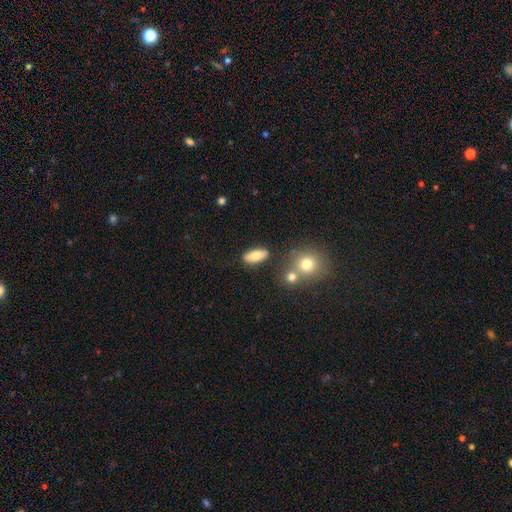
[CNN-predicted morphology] Q: Smooth or featured?
A: smooth (78%); runner-up: featured or disk (14%)
Q: How rounded?
A: in between (81%); runner-up: cigar-shaped (15%)
Q: Merging?
A: none (81%); runner-up: minor disturbance (10%)